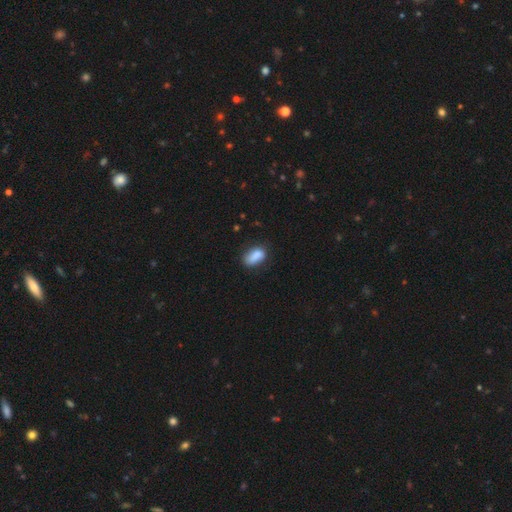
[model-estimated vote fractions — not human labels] The model was most divided on "merging": none: 63%, minor disturbance: 27%, major disturbance: 7%, merger: 3%. More confident: how rounded — in between (88%); smooth or featured — smooth (84%).